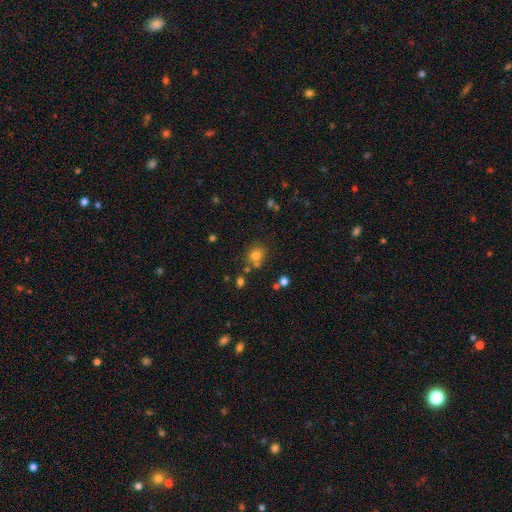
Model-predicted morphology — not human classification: smooth_or_featured: smooth (p=0.76) [alt: star or artifact p=0.14]
how_rounded: round (p=0.75) [alt: in between p=0.24]
merging: none (p=0.67) [alt: merger p=0.15]